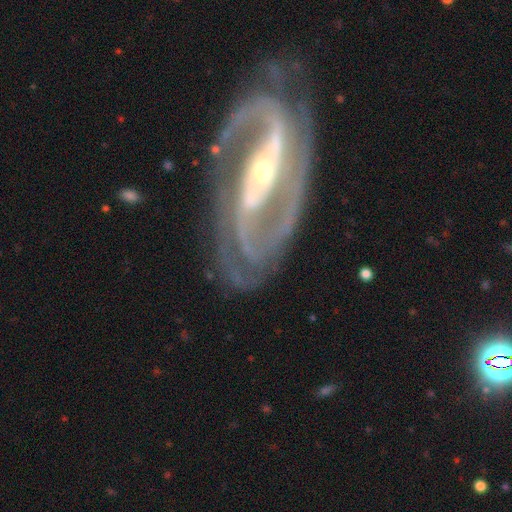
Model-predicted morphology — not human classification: Overall: featured or disk (92%). Edge-on disk: no (95%). Bar: strong (66%). Spiral arms: yes (98%). Spiral arm count: 2 (78%). Spiral winding: medium (51%; tight 34%). Bulge size: small (69%). Merging: none (71%).